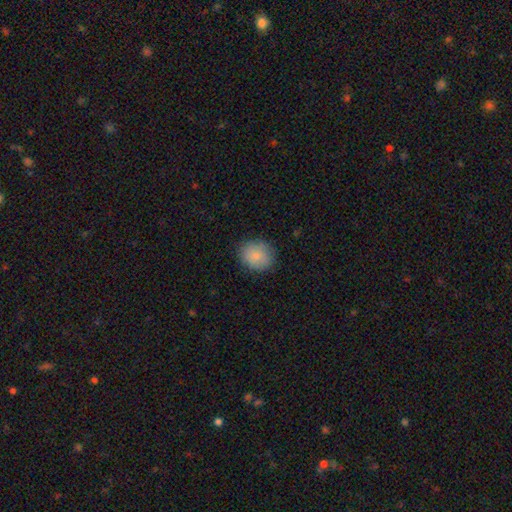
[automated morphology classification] Smooth or featured? Predicted: smooth (p=0.83). How rounded? Predicted: round (p=0.66). Merging? Predicted: none (p=0.82).